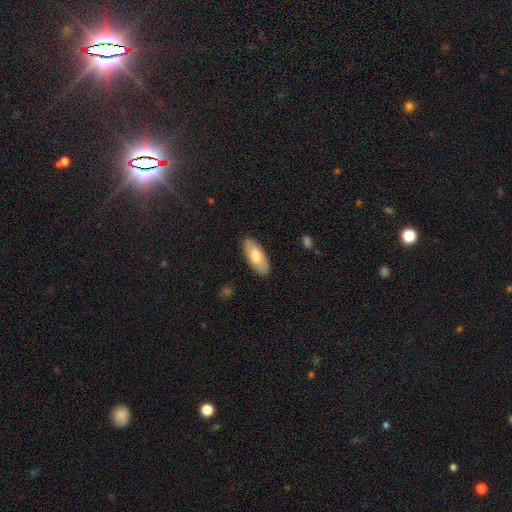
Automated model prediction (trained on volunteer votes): smooth_or_featured: smooth (p=0.73) [alt: featured or disk p=0.22]
how_rounded: in between (p=0.84) [alt: cigar-shaped p=0.14]
merging: none (p=0.88) [alt: minor disturbance p=0.09]